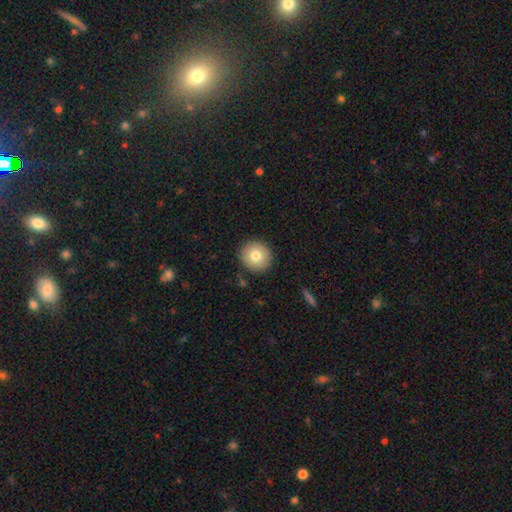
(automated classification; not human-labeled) Smooth or featured? Predicted: smooth (p=0.78). How rounded? Predicted: round (p=0.94). Merging? Predicted: none (p=0.90).